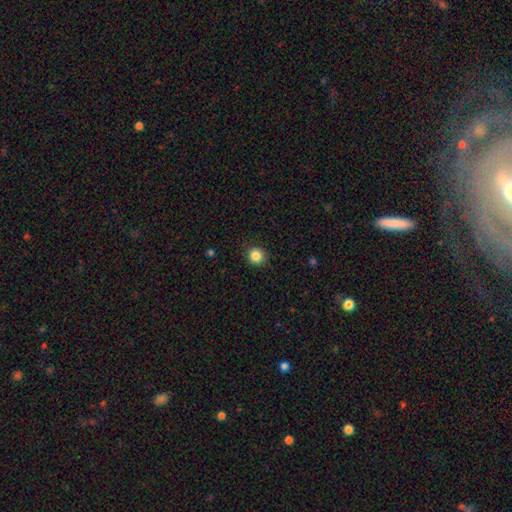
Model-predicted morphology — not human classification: smooth 85%, star or artifact 11%, featured or disk 4%. Down the decision tree: how rounded — round (91%); merging — none (90%).